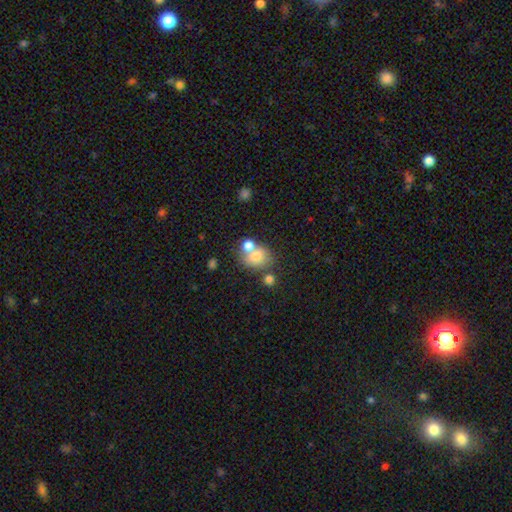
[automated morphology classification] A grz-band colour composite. It shows a smooth galaxy with no disk features (73%) that is round (56%). Merging: none (42%).